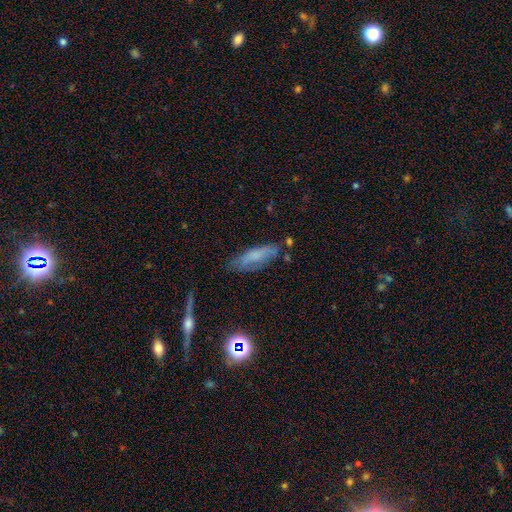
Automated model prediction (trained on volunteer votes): Smooth or featured?
  - smooth: 61% *
  - featured or disk: 28%
  - star or artifact: 11%
How rounded?
  - in between: 49% * (tied)
  - cigar-shaped: 49% * (tied)
  - round: 2%
Merging?
  - none: 62% *
  - minor disturbance: 26%
  - major disturbance: 8%
  - merger: 4%